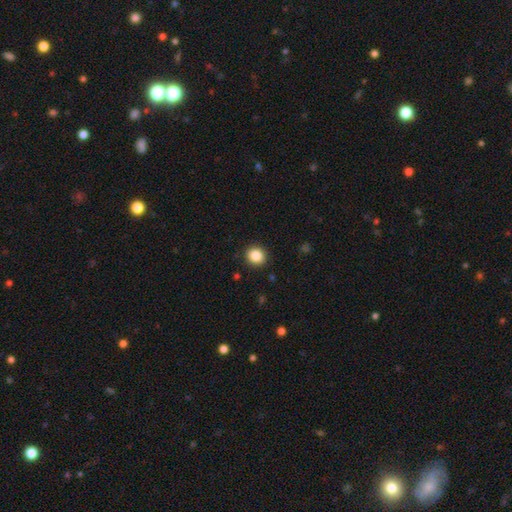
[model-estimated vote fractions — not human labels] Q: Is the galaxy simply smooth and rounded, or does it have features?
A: smooth — 86%.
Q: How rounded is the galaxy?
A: round — 83%.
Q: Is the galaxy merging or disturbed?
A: none — 91%.